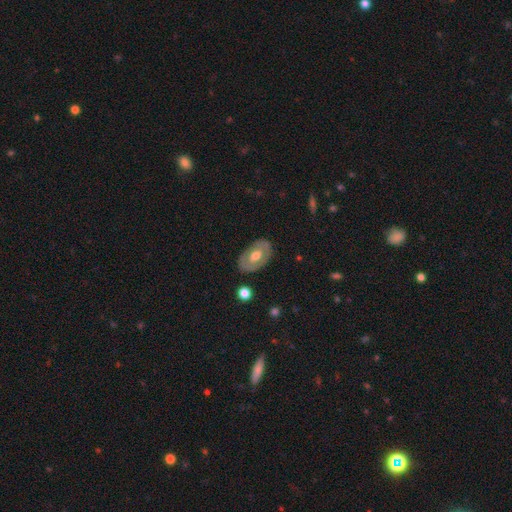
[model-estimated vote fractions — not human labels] Smooth or featured? Predicted: featured or disk (p=0.55). Edge-on disk? Predicted: no (p=0.91). Merging? Predicted: none (p=0.81).